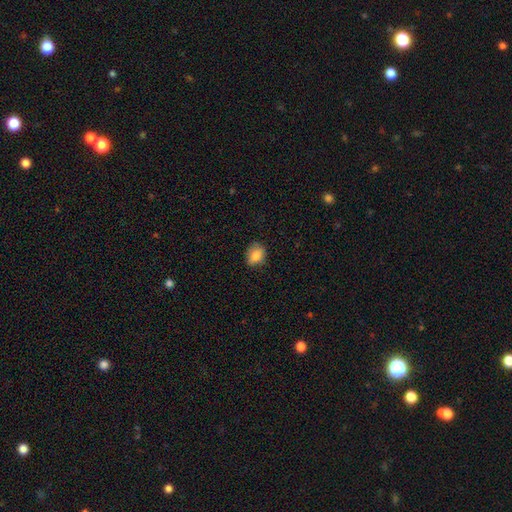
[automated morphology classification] smooth 84%, star or artifact 8%, featured or disk 8%. Down the decision tree: how rounded — in between (50%); merging — none (79%).